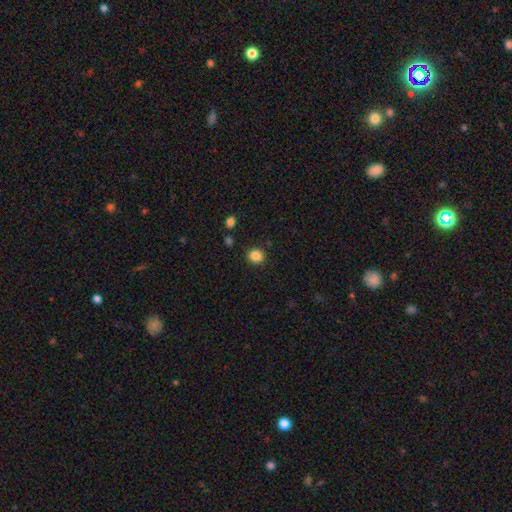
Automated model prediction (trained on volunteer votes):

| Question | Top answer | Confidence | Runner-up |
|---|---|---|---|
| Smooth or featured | smooth | 86% | star or artifact (10%) |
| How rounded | round | 81% | in between (18%) |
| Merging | none | 90% | minor disturbance (6%) |